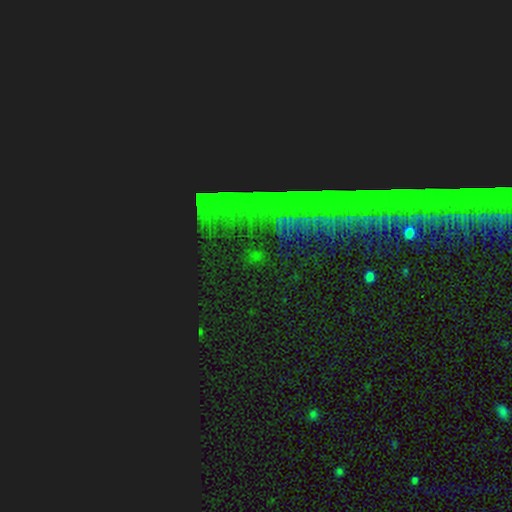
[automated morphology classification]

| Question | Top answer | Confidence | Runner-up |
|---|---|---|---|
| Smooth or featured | star or artifact | 69% | smooth (21%) |